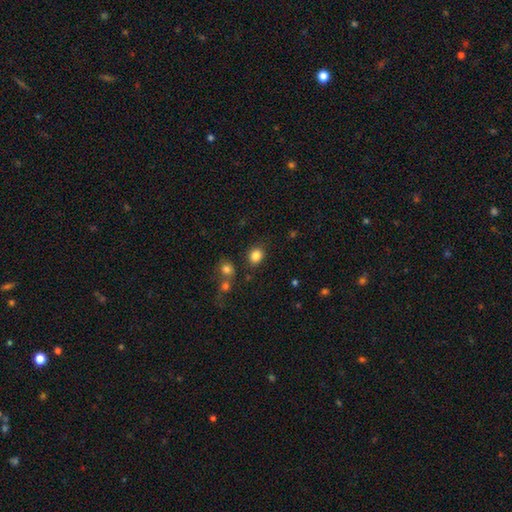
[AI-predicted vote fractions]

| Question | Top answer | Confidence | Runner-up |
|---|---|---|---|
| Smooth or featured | smooth | 84% | star or artifact (11%) |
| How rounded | round | 56% | in between (43%) |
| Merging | none | 81% | minor disturbance (10%) |